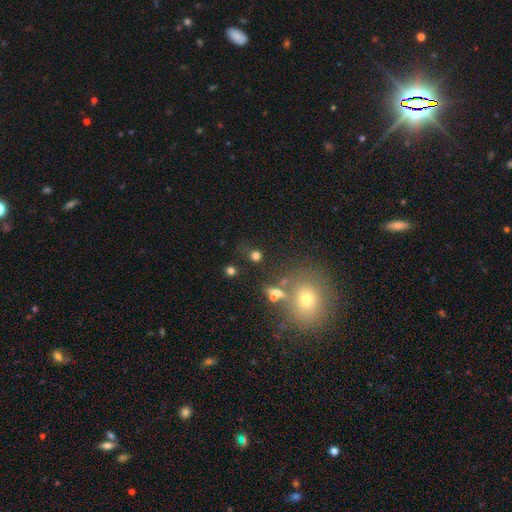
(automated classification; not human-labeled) Smooth or featured? smooth (70%)
How rounded? round (81%)
Merging? none (68%)